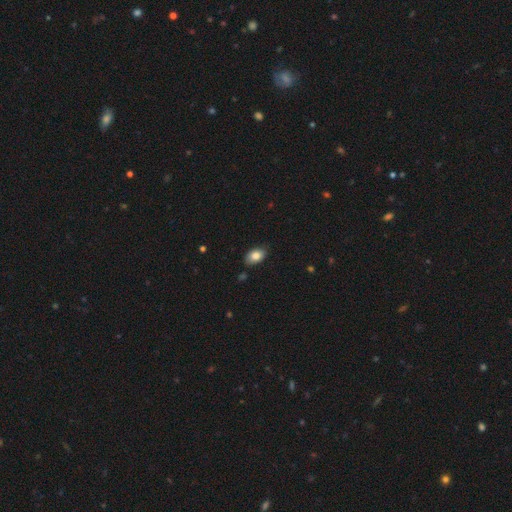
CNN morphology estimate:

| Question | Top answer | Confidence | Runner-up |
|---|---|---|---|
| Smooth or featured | smooth | 83% | featured or disk (9%) |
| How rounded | in between | 90% | round (9%) |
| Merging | none | 82% | minor disturbance (14%) |